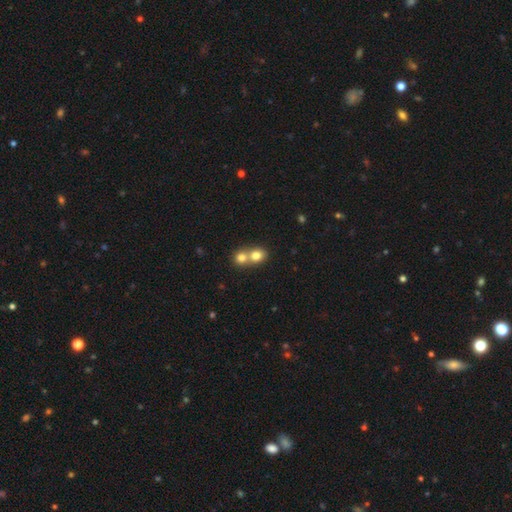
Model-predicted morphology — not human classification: Overall: smooth (78%). How rounded: round (70%). Merging: merger (65%; none 28%).